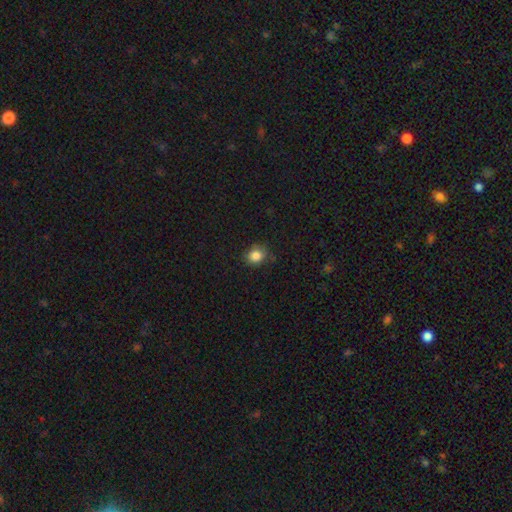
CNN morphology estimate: smooth 85%, star or artifact 10%, featured or disk 5%. Down the decision tree: how rounded — round (71%); merging — none (77%).